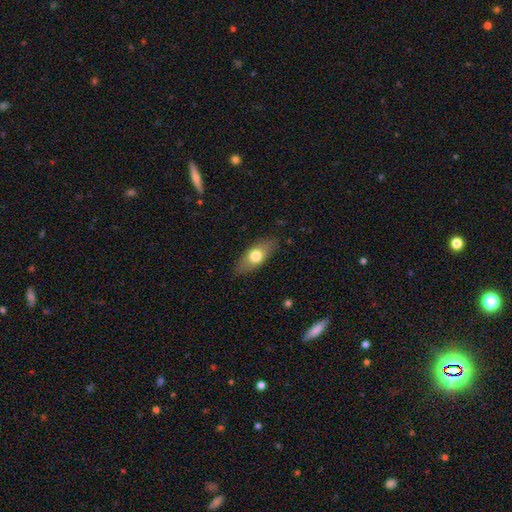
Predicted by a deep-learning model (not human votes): The model was most divided on "smooth or featured": smooth: 66%, featured or disk: 28%, star or artifact: 6%. More confident: merging — none (83%); how rounded — in between (77%).